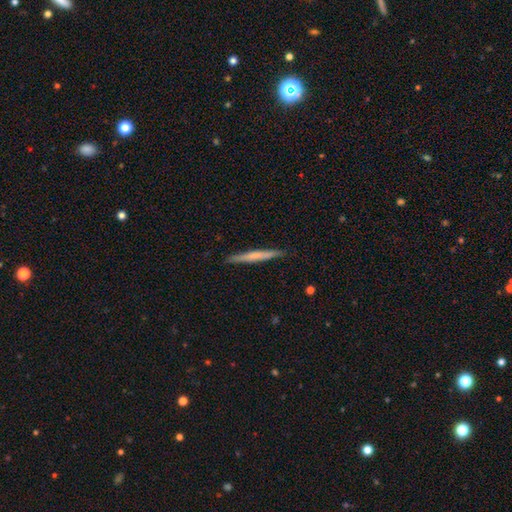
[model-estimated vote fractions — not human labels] This is possibly a smooth galaxy (56%). How rounded: clearly cigar-shaped (97%). Merging: clearly none (90%).